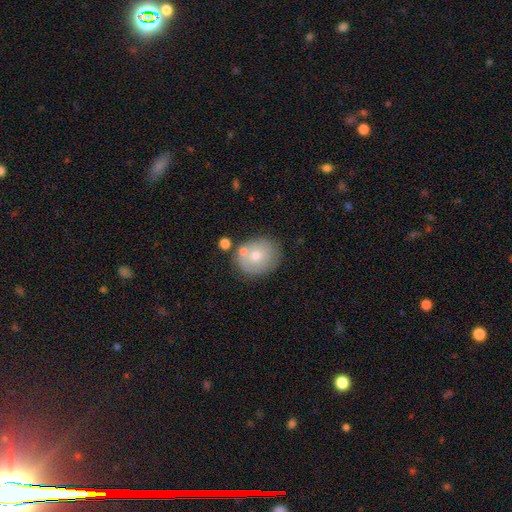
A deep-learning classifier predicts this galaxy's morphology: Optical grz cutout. It shows a smooth galaxy with no disk features (66%) that is round (67%). Merging: none (64%).